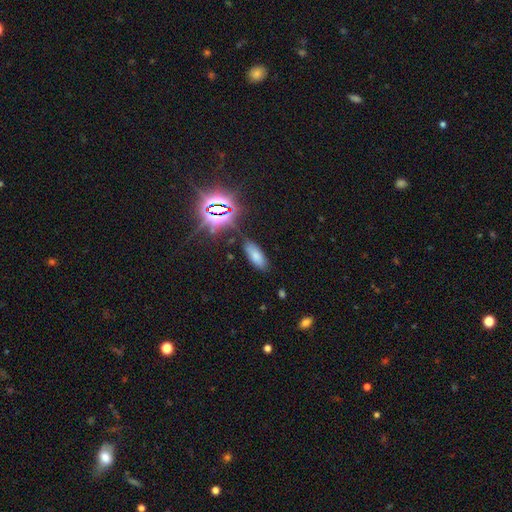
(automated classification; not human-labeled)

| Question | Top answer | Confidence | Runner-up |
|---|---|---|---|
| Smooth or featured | smooth | 67% | star or artifact (22%) |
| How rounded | in between | 78% | cigar-shaped (19%) |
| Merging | none | 80% | minor disturbance (13%) |